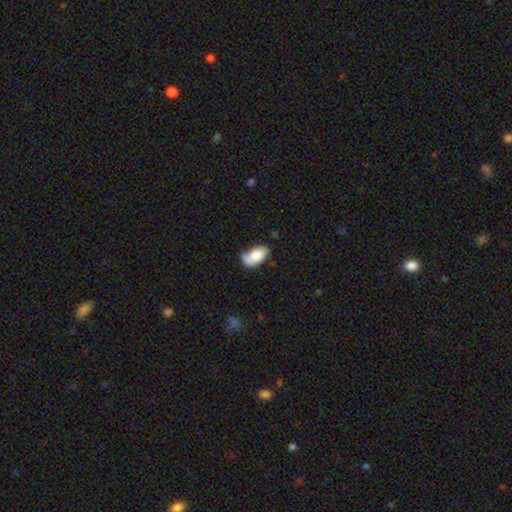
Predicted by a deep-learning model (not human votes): Smooth or featured? smooth (78%)
How rounded? in between (93%)
Merging? none (45%)